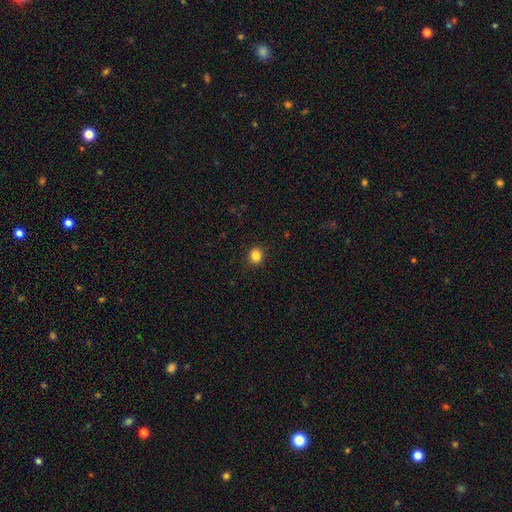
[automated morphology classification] Smooth or featured?
  - smooth: 85% *
  - star or artifact: 12%
  - featured or disk: 4%
How rounded?
  - round: 83% *
  - in between: 16%
  - cigar-shaped: 1%
Merging?
  - none: 91% *
  - minor disturbance: 6%
  - major disturbance: 2%
  - merger: 1%